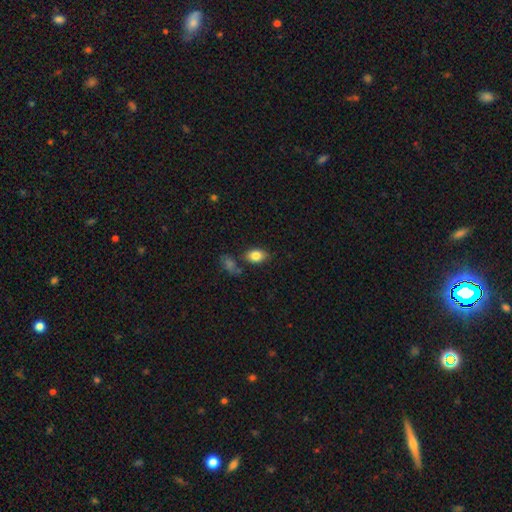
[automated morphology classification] smooth 83%, star or artifact 8%, featured or disk 8%. Down the decision tree: how rounded — in between (80%); merging — none (73%).